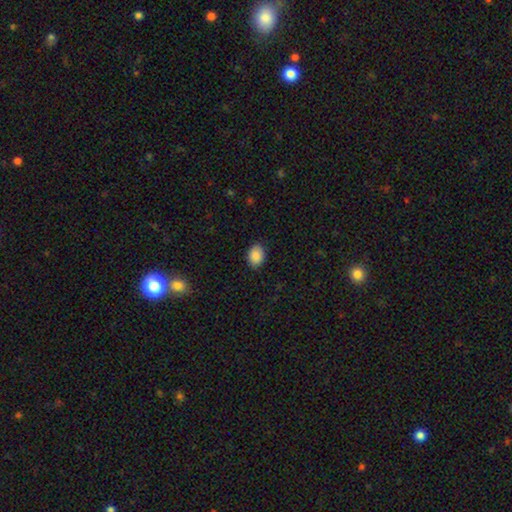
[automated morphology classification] Smooth or featured? Predicted: smooth (p=0.89). How rounded? Predicted: in between (p=0.73). Merging? Predicted: none (p=0.87).